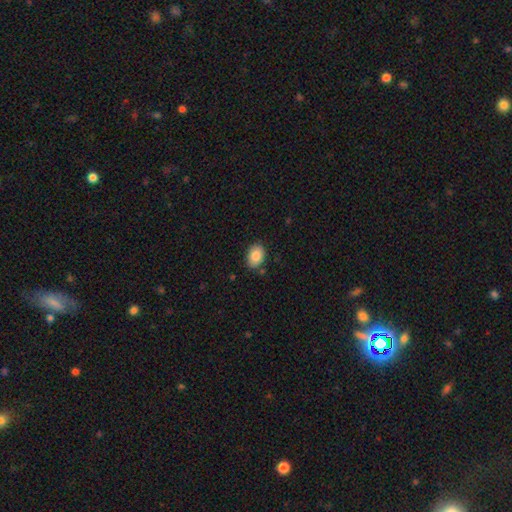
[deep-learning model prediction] Smooth or featured? smooth (87%)
How rounded? in between (80%)
Merging? none (84%)